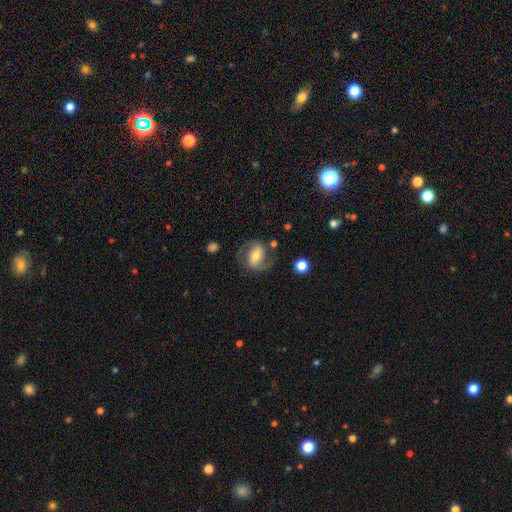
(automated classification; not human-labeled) Smooth or featured? featured or disk (70%)
Edge-on disk? no (96%)
Bar? weak (37%)
Spiral arms? yes (88%)
Spiral winding? medium (52%)
Spiral arm count? 2 (87%)
Bulge size? moderate (60%)
Merging? none (71%)